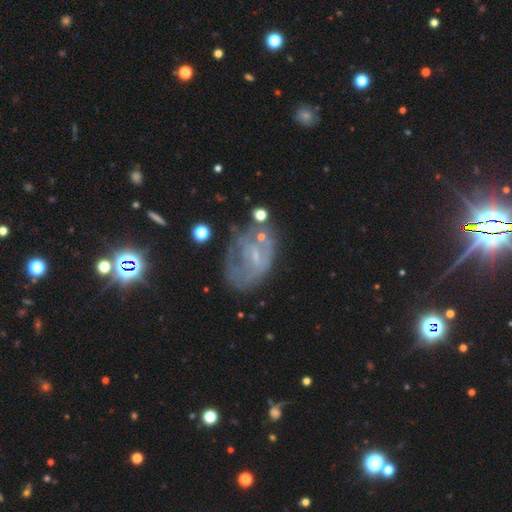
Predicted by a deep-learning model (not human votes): Smooth or featured? Predicted: featured or disk (p=0.61). Edge-on disk? Predicted: no (p=0.96). Bar? Predicted: no (p=0.46). Spiral arms? Predicted: no (p=0.50, tied with yes). Bulge size? Predicted: small (p=0.54). Merging? Predicted: none (p=0.44).